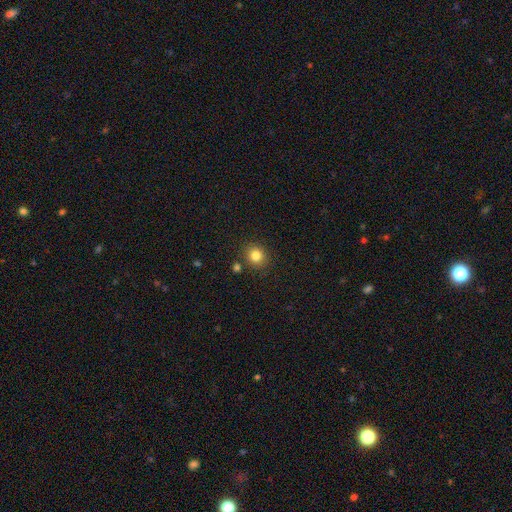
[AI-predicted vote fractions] A smooth galaxy with no disk features (83%) that is round (82%). Merging: none (85%).